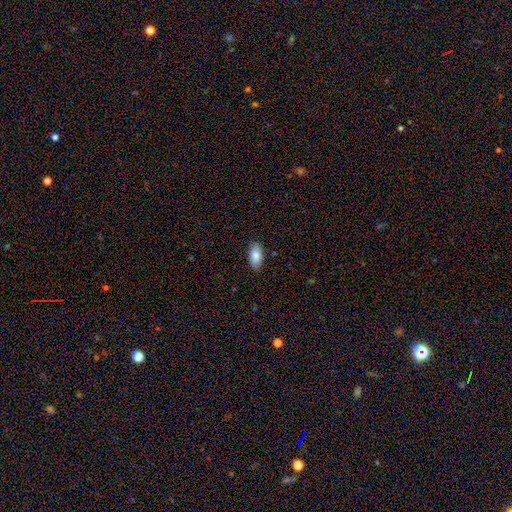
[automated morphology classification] This is clearly a smooth galaxy (85%). How rounded: clearly in between (93%). Merging: clearly none (86%).